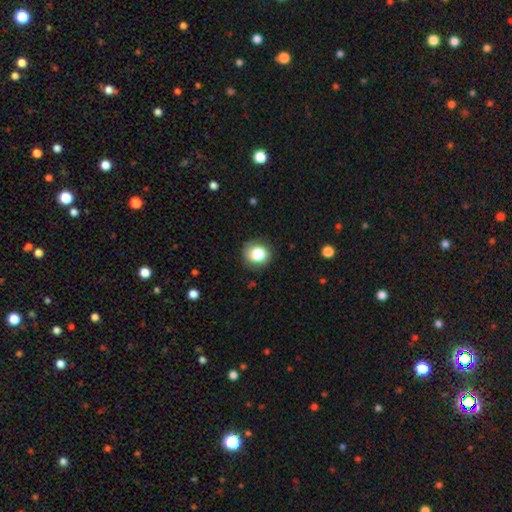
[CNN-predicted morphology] Smooth or featured: smooth — 81% (star or artifact — 10%)
How rounded: round — 86% (in between — 13%)
Merging: none — 87% (minor disturbance — 10%)